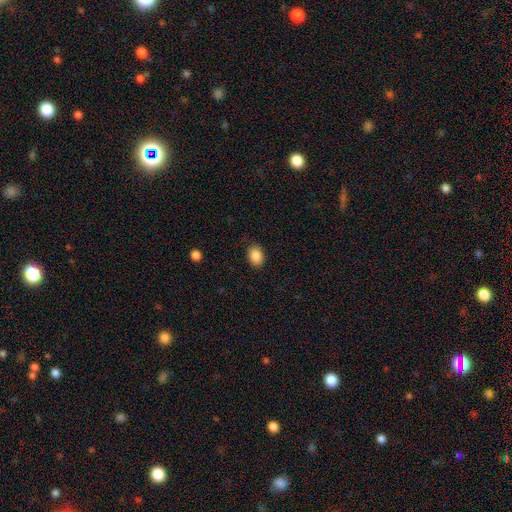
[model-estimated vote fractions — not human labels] Q: Smooth or featured?
A: smooth (87%); runner-up: star or artifact (8%)
Q: How rounded?
A: in between (74%); runner-up: round (25%)
Q: Merging?
A: none (85%); runner-up: minor disturbance (11%)